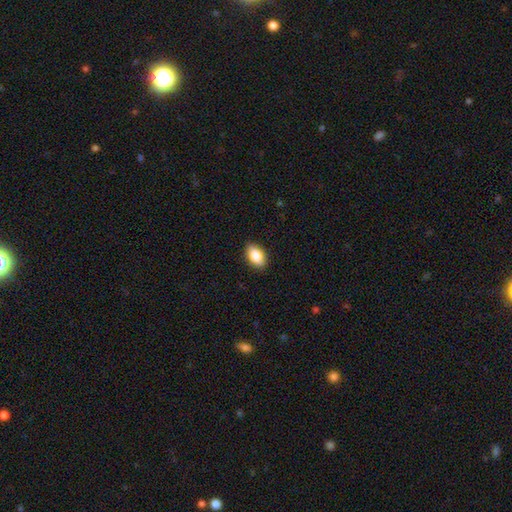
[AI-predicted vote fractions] A smooth galaxy with no disk features (84%) that is in between round and cigar-shaped (90%). Merging: none (89%).